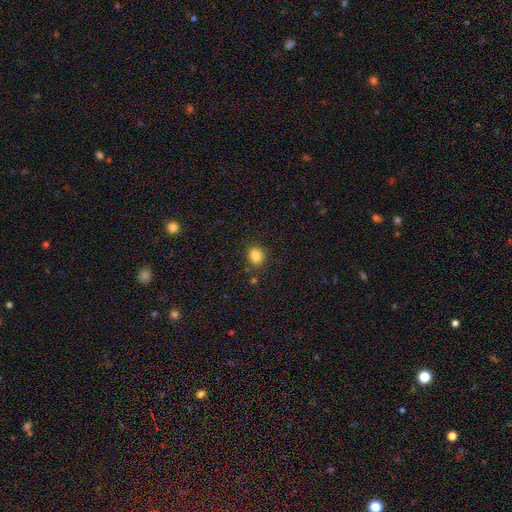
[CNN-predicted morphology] A smooth galaxy with no disk features (83%) that is in between round and cigar-shaped (57%).

Vote fractions:
- Smooth or featured? smooth: 83% / star or artifact: 12% / featured or disk: 5%
- How rounded? in between: 57% / round: 42% / cigar-shaped: 1%
- Merging? none: 73% / minor disturbance: 15% / merger: 8% / major disturbance: 4%